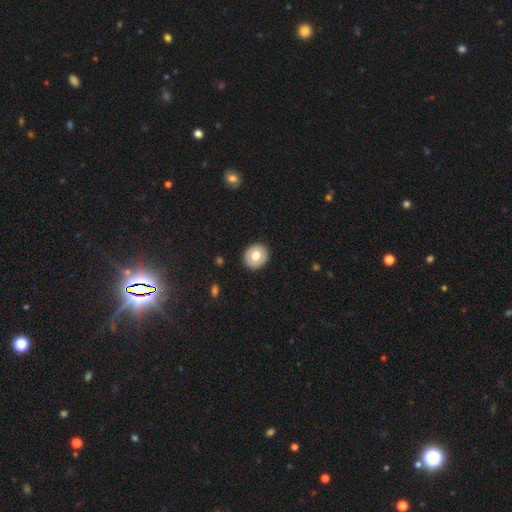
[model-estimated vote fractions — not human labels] smooth_or_featured: smooth (p=0.69) [alt: featured or disk p=0.25]
how_rounded: round (p=0.81) [alt: in between p=0.18]
merging: none (p=0.91) [alt: minor disturbance p=0.06]